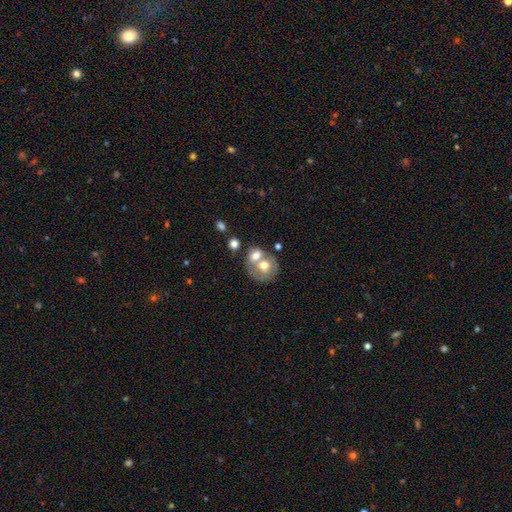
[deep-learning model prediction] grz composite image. It shows a smooth galaxy with no disk features (59%) that is round (66%). Merging: merger (59%).